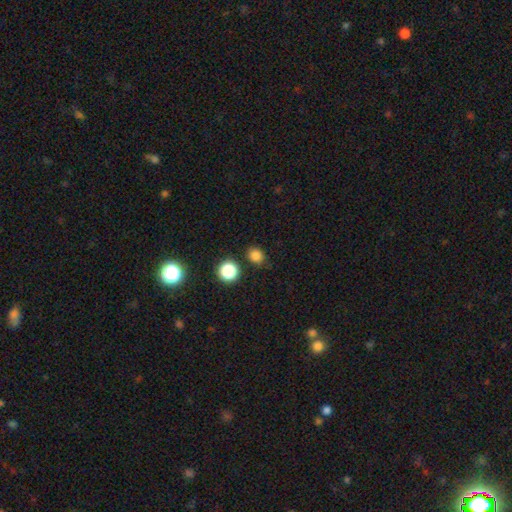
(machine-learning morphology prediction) Overall: smooth (79%). How rounded: round (73%). Merging: none (83%).